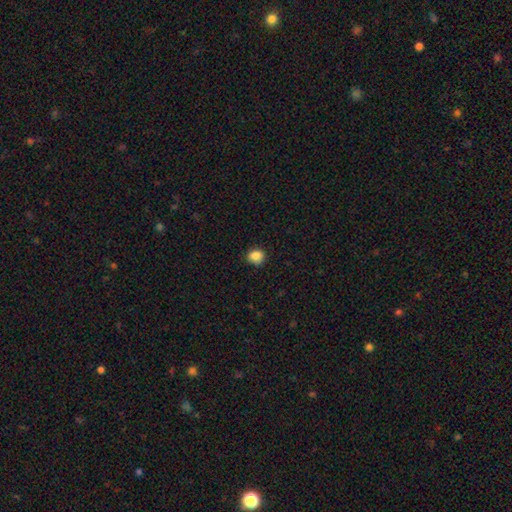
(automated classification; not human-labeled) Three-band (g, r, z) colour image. It shows a smooth galaxy with no disk features (87%) that is round (78%). Merging: none (87%).